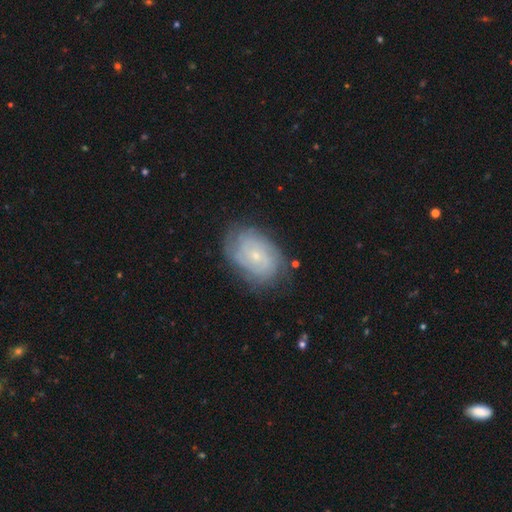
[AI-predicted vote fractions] A featured or disk galaxy (71%) with no bar (75%), tight (71%) spiral arms (89%) and a small central bulge (79%). Merging: none (75%).